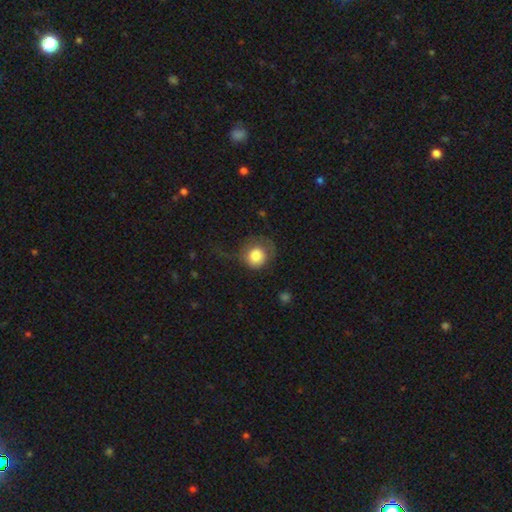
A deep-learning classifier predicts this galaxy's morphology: smooth_or_featured: smooth (p=0.79) [alt: featured or disk p=0.13]
how_rounded: round (p=0.87) [alt: in between p=0.12]
merging: none (p=0.41) [alt: major disturbance p=0.33]